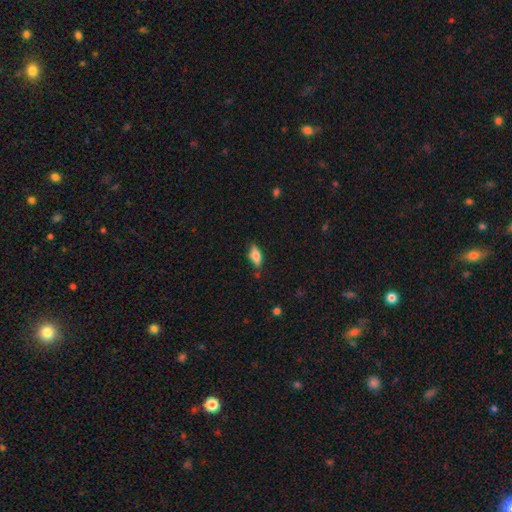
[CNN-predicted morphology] A smooth galaxy with no disk features (63%) that is in between round and cigar-shaped (75%).

Vote fractions:
- Smooth or featured? smooth: 63% / featured or disk: 29% / star or artifact: 8%
- How rounded? in between: 75% / cigar-shaped: 21% / round: 4%
- Merging? none: 71% / minor disturbance: 22% / major disturbance: 5% / merger: 3%